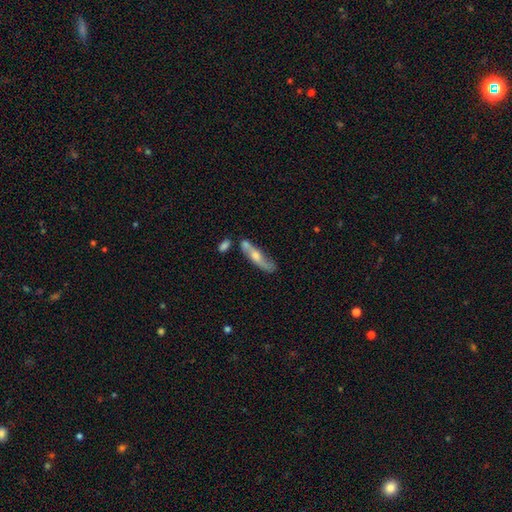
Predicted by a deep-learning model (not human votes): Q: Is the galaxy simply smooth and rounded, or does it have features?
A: featured or disk — 55%.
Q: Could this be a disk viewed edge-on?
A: no — 51%.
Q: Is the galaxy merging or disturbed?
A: none — 51%.